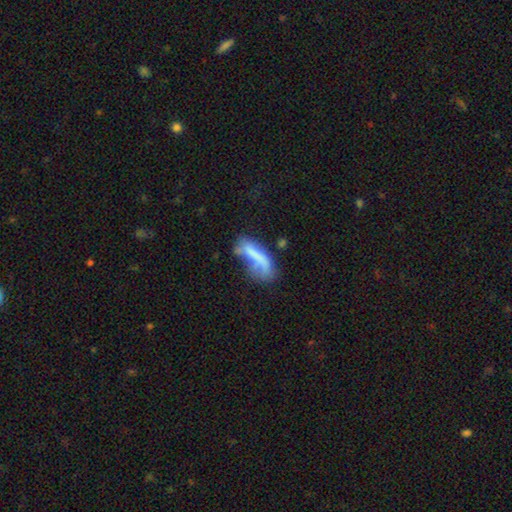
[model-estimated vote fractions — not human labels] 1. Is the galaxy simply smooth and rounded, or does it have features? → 58% smooth, 32% featured or disk, 10% star or artifact.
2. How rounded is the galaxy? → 49% cigar-shaped, 48% in between, 3% round.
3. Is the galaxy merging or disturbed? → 29% none (tied), 29% major disturbance (tied), 26% minor disturbance, 16% merger.